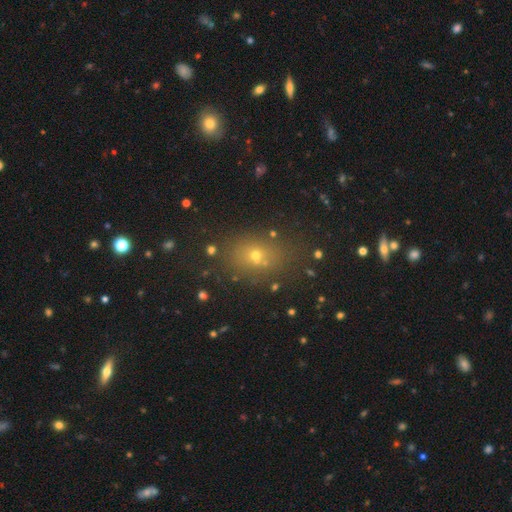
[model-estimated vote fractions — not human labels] smooth-or-featured: smooth: 58% | star or artifact: 29% | featured or disk: 13%
  how-rounded: in between: 60% | round: 37% | cigar-shaped: 3%
  merging: none: 81% | minor disturbance: 11% | major disturbance: 4% | merger: 3%